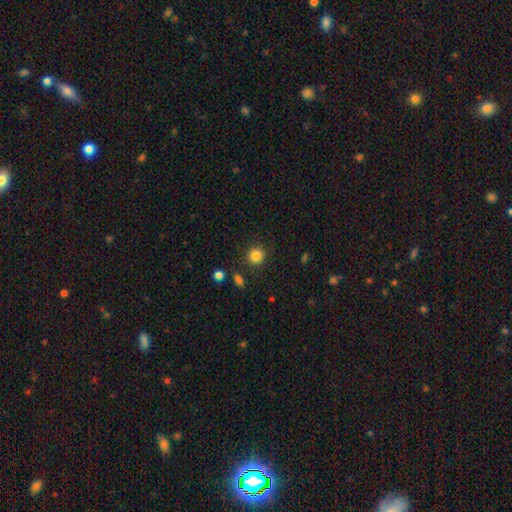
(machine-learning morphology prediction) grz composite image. It shows a smooth galaxy with no disk features (84%) that is round (89%). Merging: none (87%).